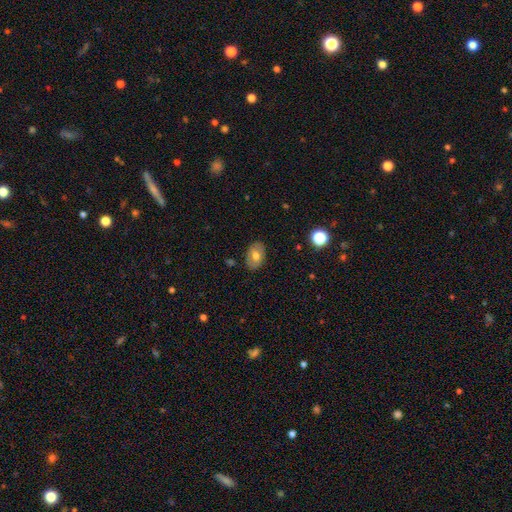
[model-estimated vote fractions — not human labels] Smooth or featured?
  - smooth: 60% *
  - featured or disk: 31%
  - star or artifact: 9%
How rounded?
  - in between: 83% *
  - round: 15%
  - cigar-shaped: 1%
Merging?
  - none: 84% *
  - minor disturbance: 12%
  - major disturbance: 3%
  - merger: 1%